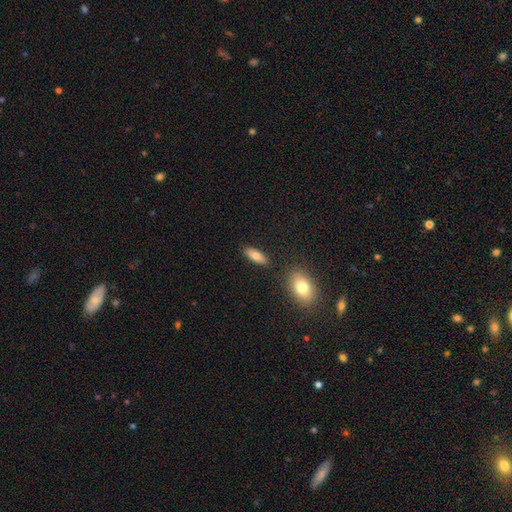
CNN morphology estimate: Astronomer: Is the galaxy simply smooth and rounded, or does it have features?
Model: smooth — 76%.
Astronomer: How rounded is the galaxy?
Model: in between — 71%.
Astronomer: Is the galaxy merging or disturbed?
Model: none — 84%.